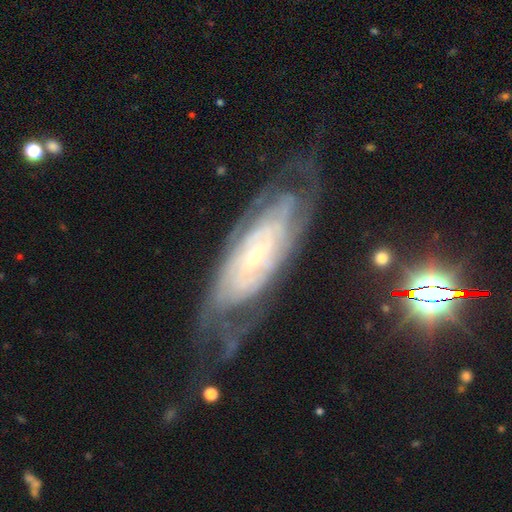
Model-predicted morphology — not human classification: smooth_or_featured: featured or disk (p=0.82) [alt: smooth p=0.10]
disk_edge_on: no (p=0.87) [alt: yes p=0.13]
bar: no (p=0.53) [alt: weak p=0.33]
has_spiral_arms: yes (p=0.92) [alt: no p=0.08]
spiral_winding: tight (p=0.73) [alt: medium p=0.21]
spiral_arm_count: can't tell (p=0.54) [alt: 2 p=0.17]
bulge_size: small (p=0.72) [alt: moderate p=0.22]
merging: none (p=0.63) [alt: minor disturbance p=0.21]